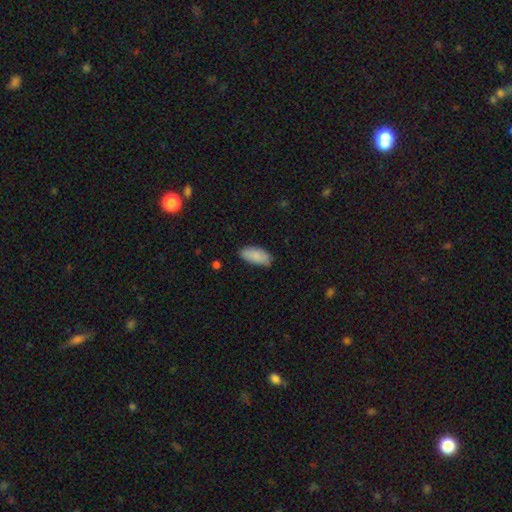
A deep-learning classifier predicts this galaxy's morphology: Smooth or featured? smooth (88%)
How rounded? in between (92%)
Merging? none (78%)